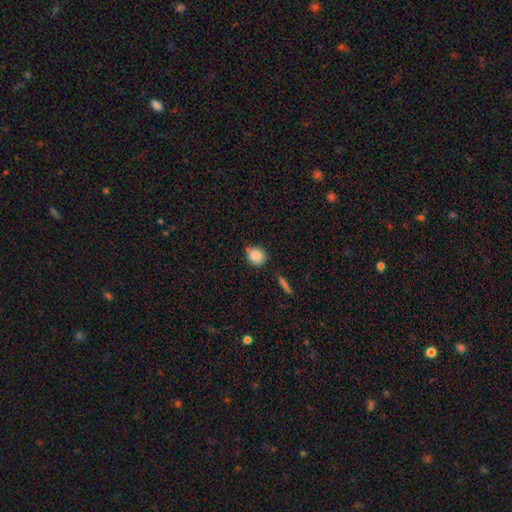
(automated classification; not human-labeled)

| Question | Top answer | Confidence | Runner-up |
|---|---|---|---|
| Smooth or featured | smooth | 86% | star or artifact (9%) |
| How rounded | round | 80% | in between (18%) |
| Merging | none | 73% | minor disturbance (17%) |